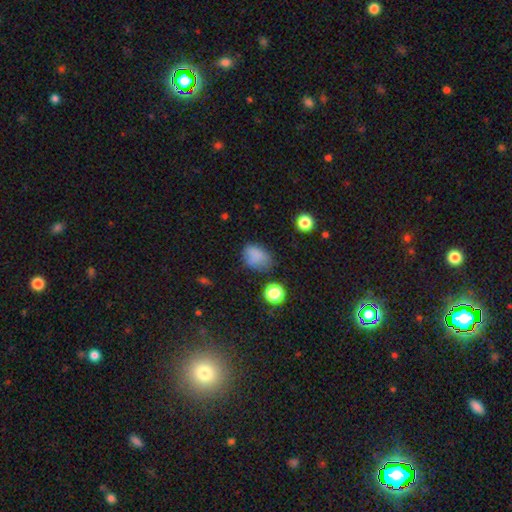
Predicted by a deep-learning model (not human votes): Smooth or featured?
  - smooth: 79% *
  - star or artifact: 13%
  - featured or disk: 8%
How rounded?
  - in between: 70% *
  - round: 28%
  - cigar-shaped: 1%
Merging?
  - none: 57% *
  - minor disturbance: 27%
  - major disturbance: 11%
  - merger: 4%